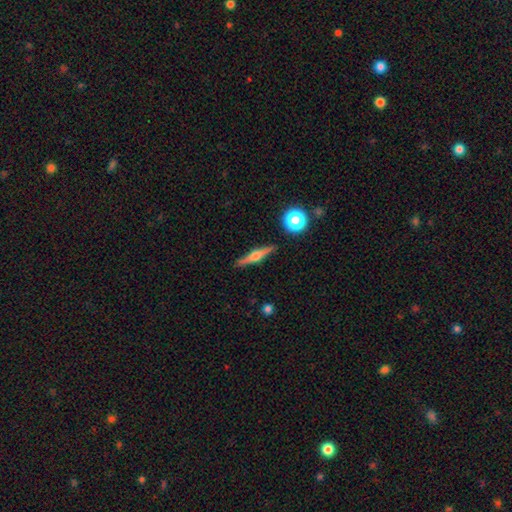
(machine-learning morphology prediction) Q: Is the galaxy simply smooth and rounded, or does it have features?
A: featured or disk — 68%.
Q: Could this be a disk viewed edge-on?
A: yes — 97%.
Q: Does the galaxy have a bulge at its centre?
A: rounded — 91%.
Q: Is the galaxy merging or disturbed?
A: none — 89%.